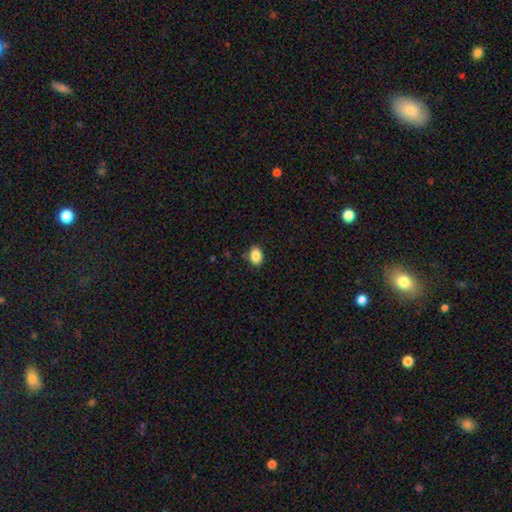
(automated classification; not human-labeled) Smooth or featured? smooth (87%)
How rounded? in between (74%)
Merging? none (87%)